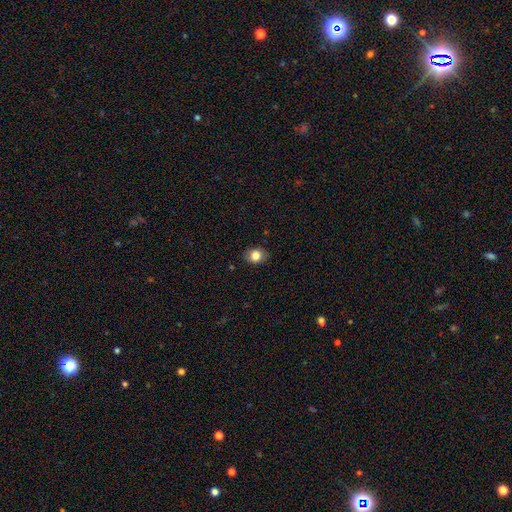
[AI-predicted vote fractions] A smooth galaxy with no disk features (83%) that is round (51%). Merging: none (86%).